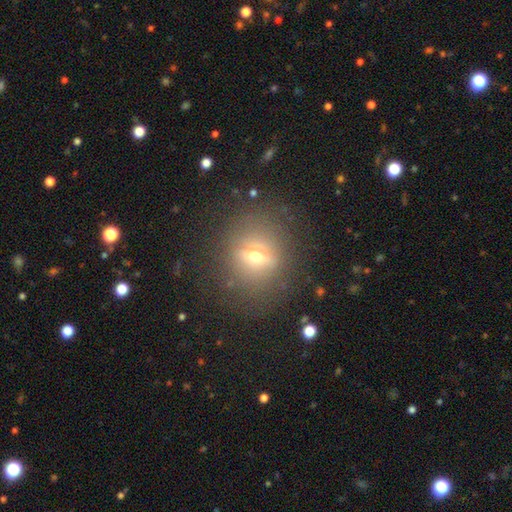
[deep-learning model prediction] Smooth or featured? Predicted: featured or disk (p=0.50). Edge-on disk? Predicted: no (p=0.53). Merging? Predicted: none (p=0.78).